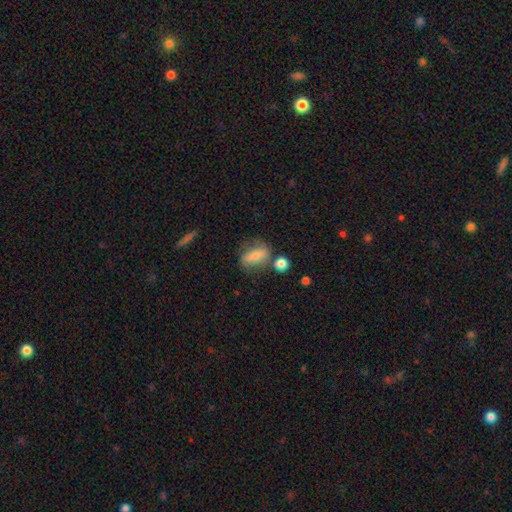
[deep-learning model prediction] This is likely a smooth galaxy (67%). How rounded: likely in between (72%). Merging: possibly none (51%).